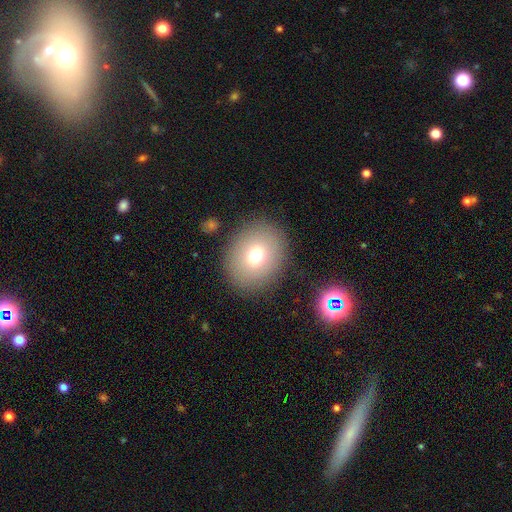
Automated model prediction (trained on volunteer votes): Overall: smooth (73%). How rounded: round (61%; in between 38%). Merging: none (87%).